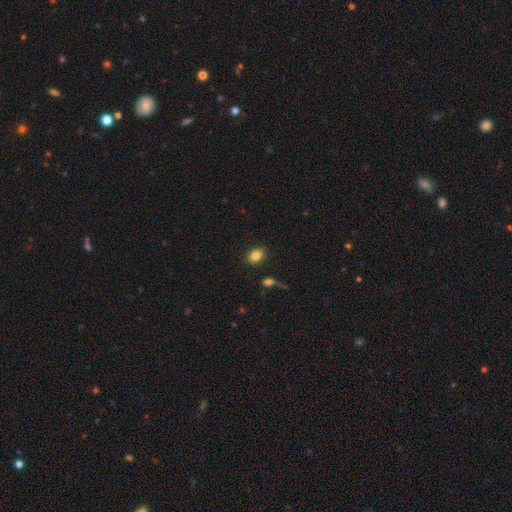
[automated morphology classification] smooth-or-featured: smooth: 84% | star or artifact: 9% | featured or disk: 7%
  how-rounded: in between: 76% | round: 22% | cigar-shaped: 2%
  merging: none: 86% | minor disturbance: 9% | major disturbance: 3% | merger: 2%